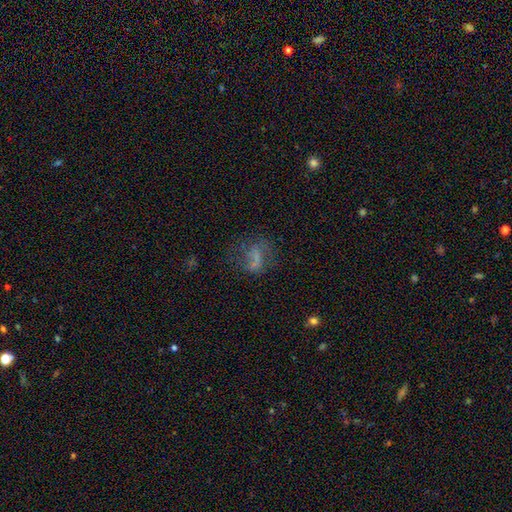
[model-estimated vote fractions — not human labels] A featured or disk galaxy (41%). Merging: none (45%).